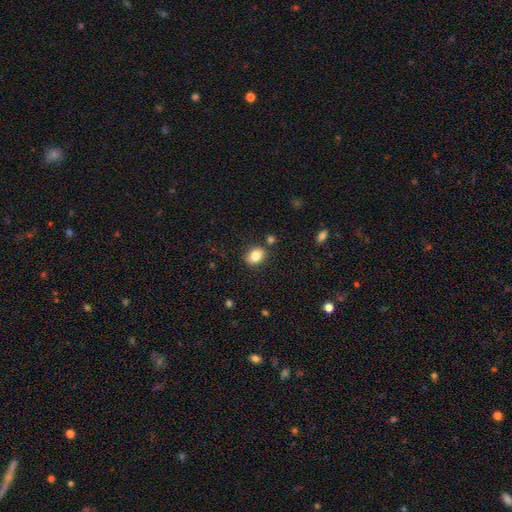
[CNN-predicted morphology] Smooth or featured?
  - smooth: 82% *
  - star or artifact: 9%
  - featured or disk: 9%
How rounded?
  - in between: 57% *
  - round: 42%
  - cigar-shaped: 1%
Merging?
  - none: 82% *
  - minor disturbance: 10%
  - merger: 5%
  - major disturbance: 3%